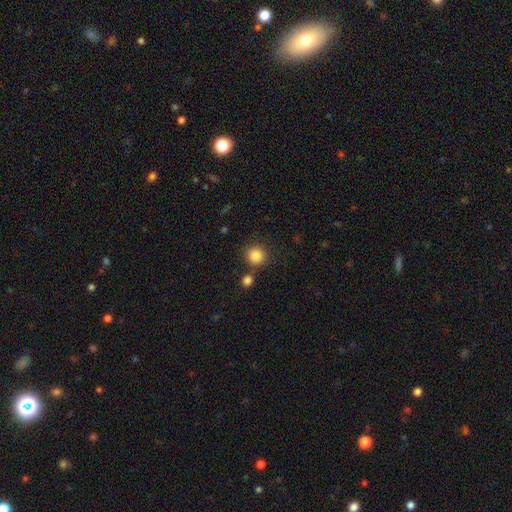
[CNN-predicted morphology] smooth-or-featured: smooth: 85% | star or artifact: 10% | featured or disk: 5%
  how-rounded: round: 90% | in between: 10% | cigar-shaped: 1%
  merging: none: 78% | merger: 10% | minor disturbance: 9% | major disturbance: 3%